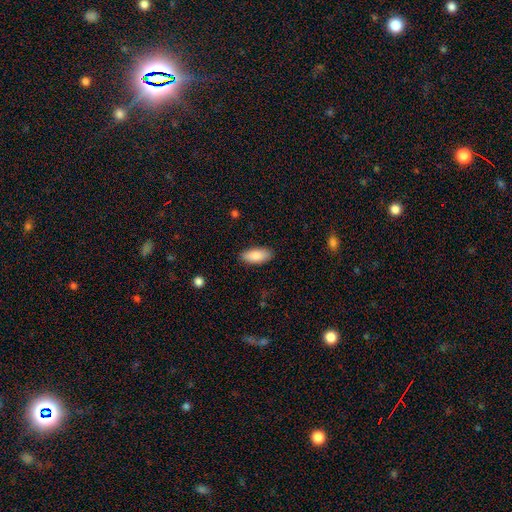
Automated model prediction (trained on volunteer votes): Smooth or featured? smooth (88%)
How rounded? in between (88%)
Merging? none (87%)